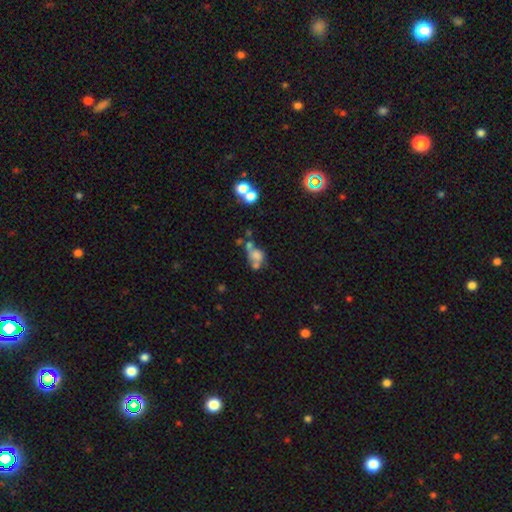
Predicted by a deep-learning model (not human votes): Overall: smooth (55%; featured or disk 30%). How rounded: in between (55%; round 42%). Merging: merger (46%; none 26%).